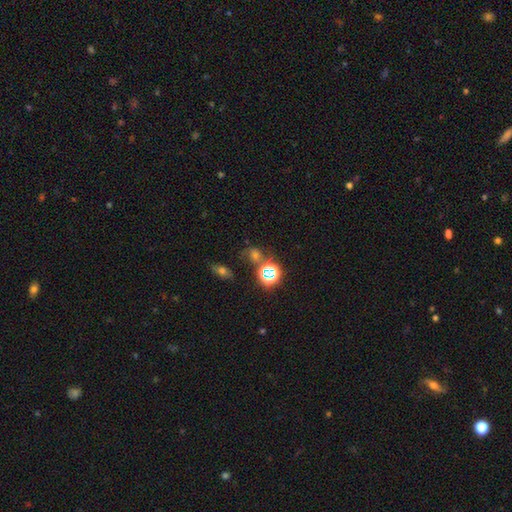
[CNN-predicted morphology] A star or artifact, not a galaxy (58%).

Vote fractions:
- Smooth or featured? star or artifact: 58% / smooth: 29% / featured or disk: 12%